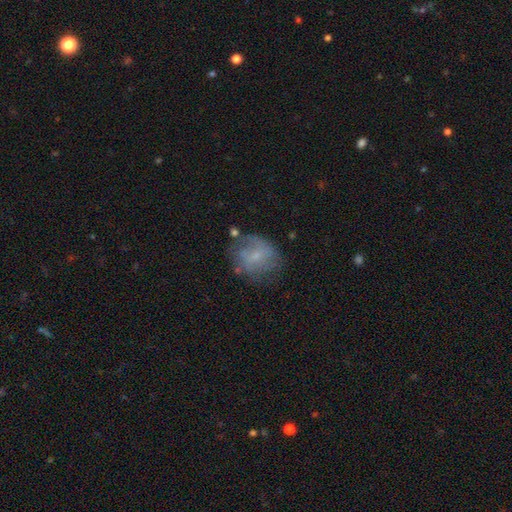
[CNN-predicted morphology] type=featured or disk (45%, tied with smooth); merging=none (56%).